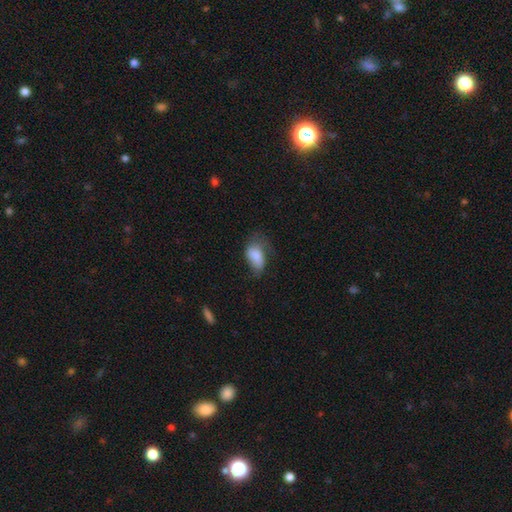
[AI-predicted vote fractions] This appears to be a smooth galaxy with no disk features (76%) that is in between round and cigar-shaped (91%). Merging: minor disturbance (35%).